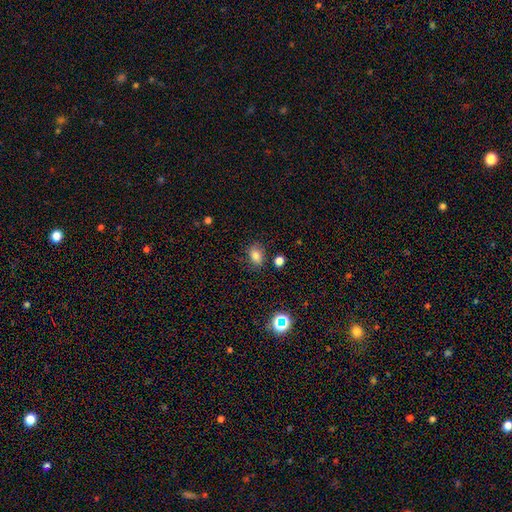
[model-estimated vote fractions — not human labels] The model was most divided on "how rounded": in between: 66%, round: 33%, cigar-shaped: 1%. More confident: smooth or featured — smooth (78%); merging — none (75%).